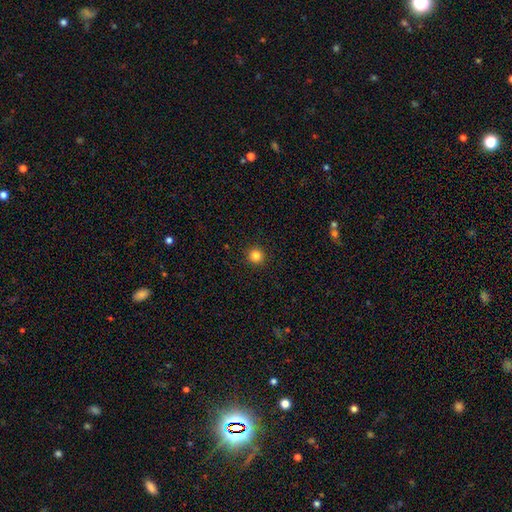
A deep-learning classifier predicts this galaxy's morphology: The model was most divided on "smooth or featured": smooth: 83%, star or artifact: 13%, featured or disk: 5%. More confident: how rounded — round (96%); merging — none (93%).